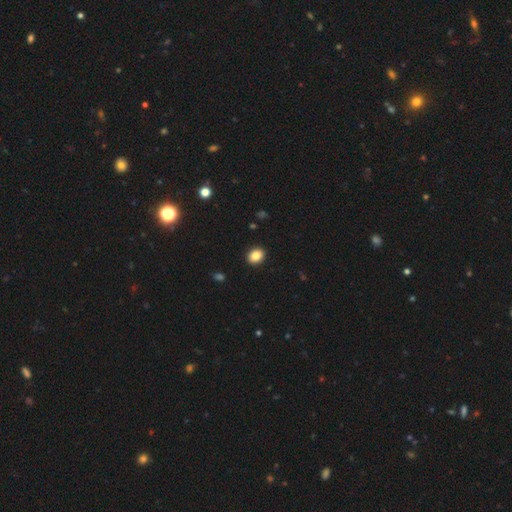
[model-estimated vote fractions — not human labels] Q: Smooth or featured?
A: smooth (86%); runner-up: star or artifact (9%)
Q: How rounded?
A: in between (53%); runner-up: round (46%)
Q: Merging?
A: none (92%); runner-up: minor disturbance (6%)